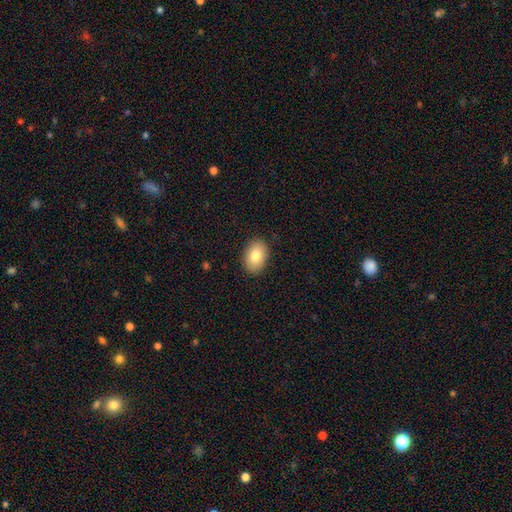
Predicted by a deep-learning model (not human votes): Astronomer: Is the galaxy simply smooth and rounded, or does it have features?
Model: smooth — 81%.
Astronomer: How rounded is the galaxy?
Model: in between — 84%.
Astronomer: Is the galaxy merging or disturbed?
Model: none — 89%.